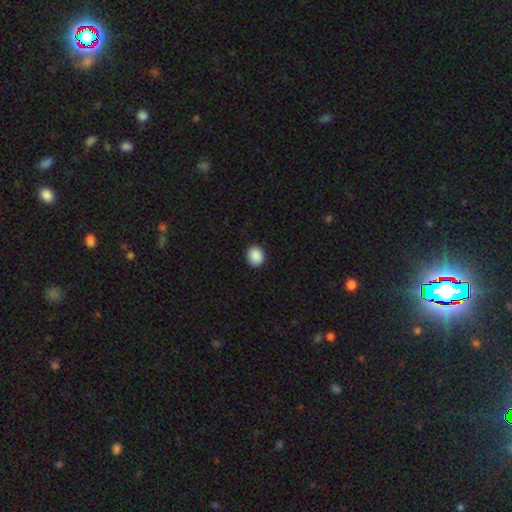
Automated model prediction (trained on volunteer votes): Q: Smooth or featured?
A: smooth (89%); runner-up: star or artifact (8%)
Q: How rounded?
A: round (74%); runner-up: in between (25%)
Q: Merging?
A: none (91%); runner-up: minor disturbance (6%)